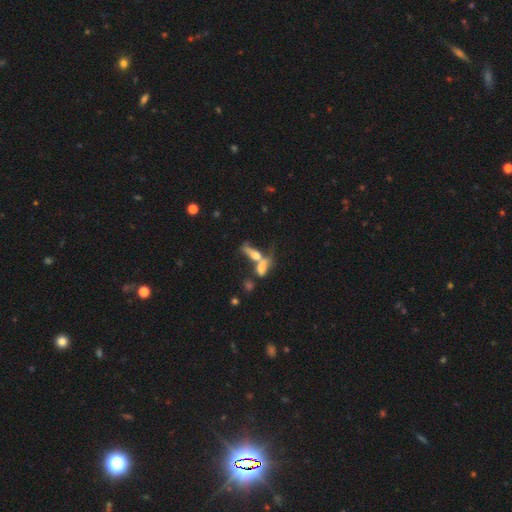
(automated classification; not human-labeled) Smooth or featured: star or artifact — 38% (smooth — 34%)